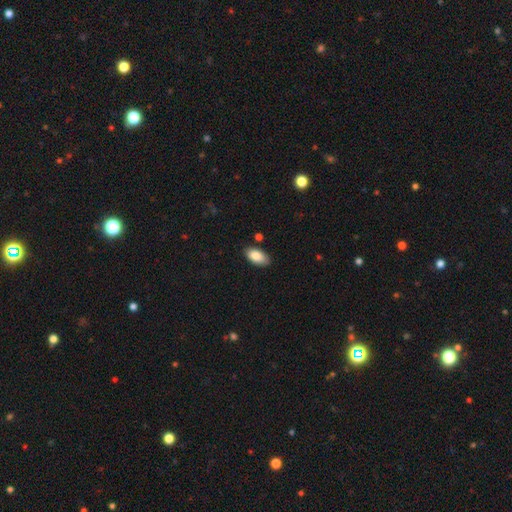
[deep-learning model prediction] Smooth or featured?
  - smooth: 86% *
  - featured or disk: 8%
  - star or artifact: 7%
How rounded?
  - in between: 94% *
  - cigar-shaped: 3%
  - round: 3%
Merging?
  - none: 83% *
  - minor disturbance: 12%
  - merger: 2%
  - major disturbance: 2%